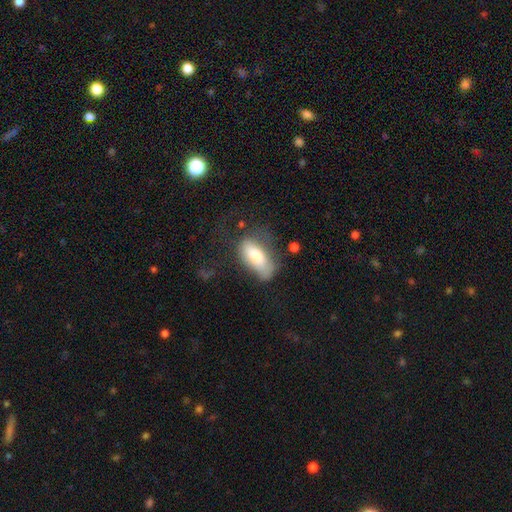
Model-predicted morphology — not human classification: smooth-or-featured: smooth: 71% | featured or disk: 22% | star or artifact: 7%
  how-rounded: in between: 86% | cigar-shaped: 11% | round: 3%
  merging: none: 40% | minor disturbance: 29% | major disturbance: 27% | merger: 3%